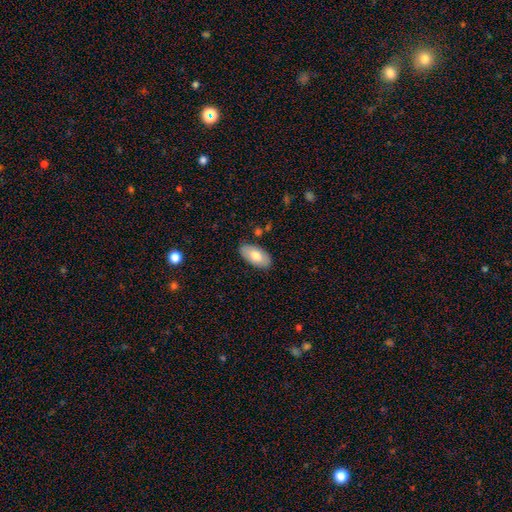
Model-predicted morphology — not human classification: This appears to be a smooth galaxy with no disk features (73%) that is in between round and cigar-shaped (95%). Merging: none (85%).